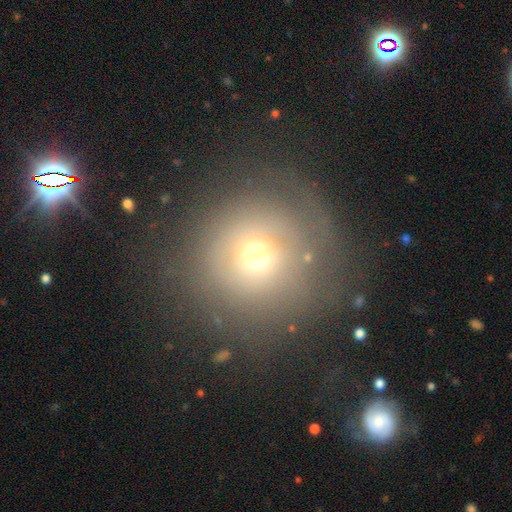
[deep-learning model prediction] smooth 59%, featured or disk 23%, star or artifact 18%. Down the decision tree: how rounded — round (94%); merging — none (73%).